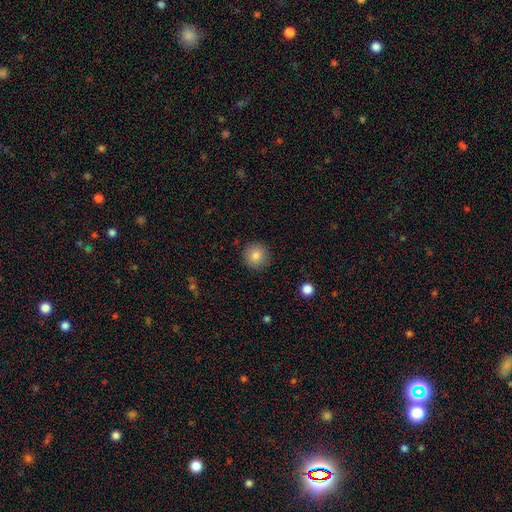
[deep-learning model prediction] This is clearly a smooth galaxy (84%). How rounded: clearly round (94%). Merging: clearly none (89%).